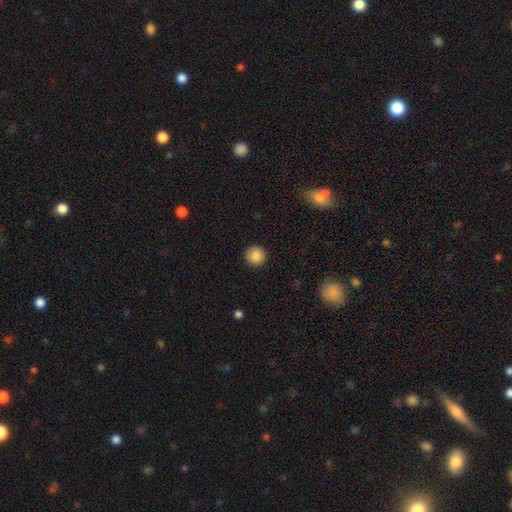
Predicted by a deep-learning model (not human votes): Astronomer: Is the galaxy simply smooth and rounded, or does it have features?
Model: smooth — 86%.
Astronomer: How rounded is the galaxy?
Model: round — 95%.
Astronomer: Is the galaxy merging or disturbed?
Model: none — 92%.